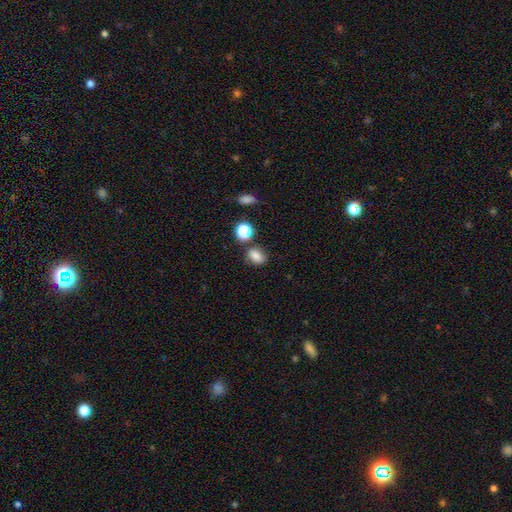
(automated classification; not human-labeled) Smooth or featured? smooth (79%)
How rounded? in between (63%)
Merging? none (72%)